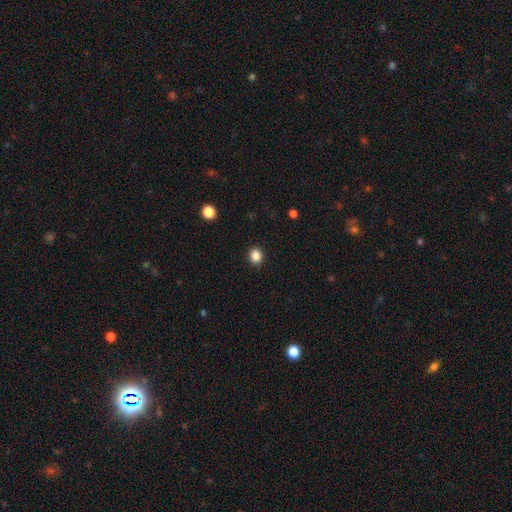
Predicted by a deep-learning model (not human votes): Smooth or featured: smooth — 87% (star or artifact — 11%)
How rounded: round — 77% (in between — 22%)
Merging: none — 91% (minor disturbance — 6%)